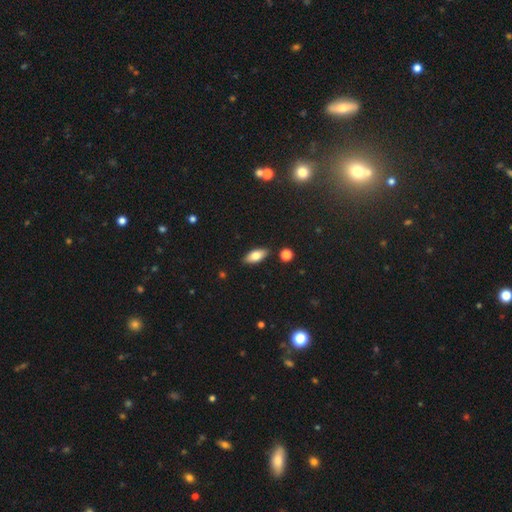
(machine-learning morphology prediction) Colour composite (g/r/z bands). It shows a smooth galaxy with no disk features (76%) that is in between round and cigar-shaped (86%). Merging: none (86%).